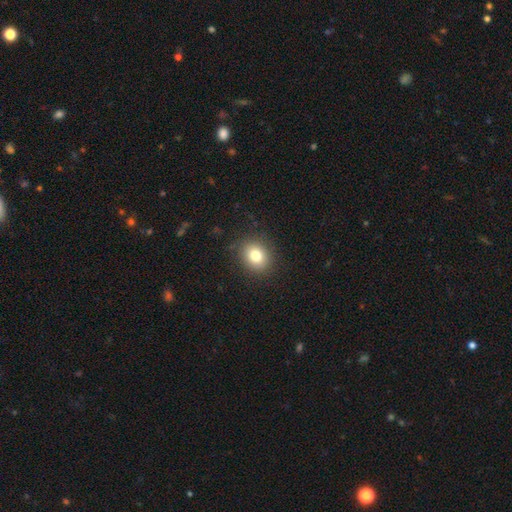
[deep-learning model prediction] Smooth or featured: smooth — 80% (star or artifact — 11%)
How rounded: round — 64% (in between — 35%)
Merging: none — 87% (minor disturbance — 9%)